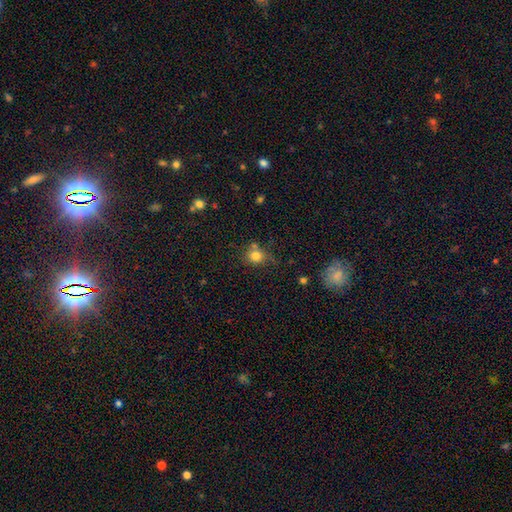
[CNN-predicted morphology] type=smooth (79%); roundness=round (80%); merging=none (58%).